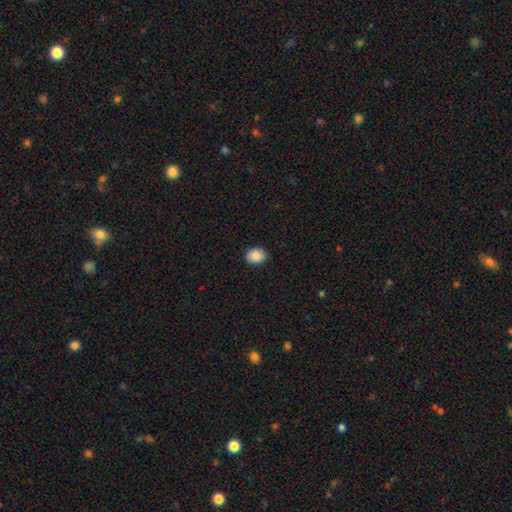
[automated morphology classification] The model was most divided on "how rounded": in between: 52%, round: 47%, cigar-shaped: 1%. More confident: smooth or featured — smooth (86%); merging — none (86%).